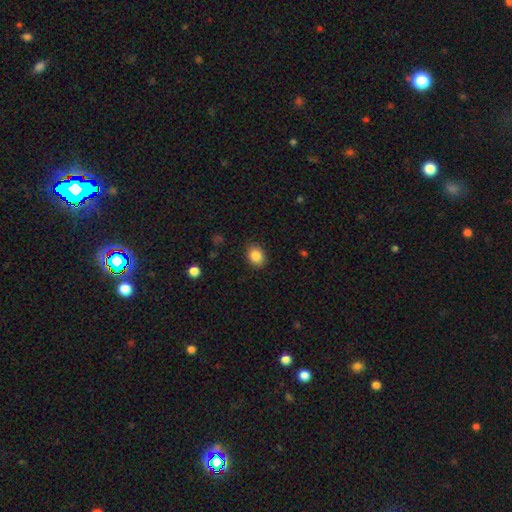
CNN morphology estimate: This appears to be a smooth galaxy with no disk features (85%) that is in between round and cigar-shaped (56%). Merging: none (87%).